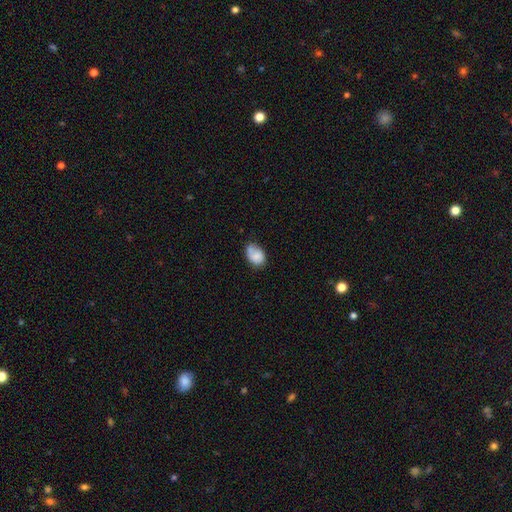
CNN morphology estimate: Q: Smooth or featured?
A: smooth (73%); runner-up: featured or disk (18%)
Q: How rounded?
A: in between (74%); runner-up: round (25%)
Q: Merging?
A: none (49%); runner-up: minor disturbance (33%)